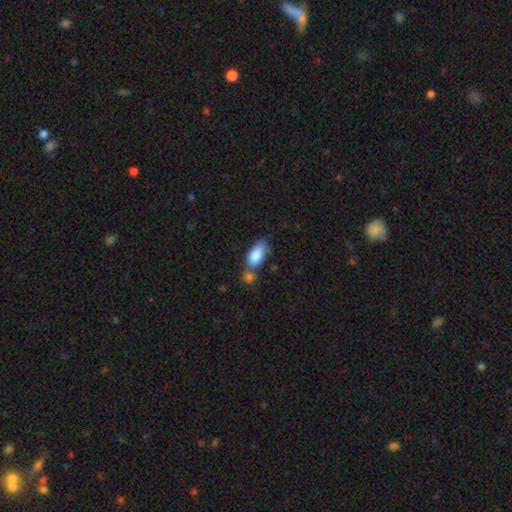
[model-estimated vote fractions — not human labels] Smooth or featured: smooth — 83% (featured or disk — 10%)
How rounded: in between — 87% (cigar-shaped — 9%)
Merging: none — 42% (merger — 34%)